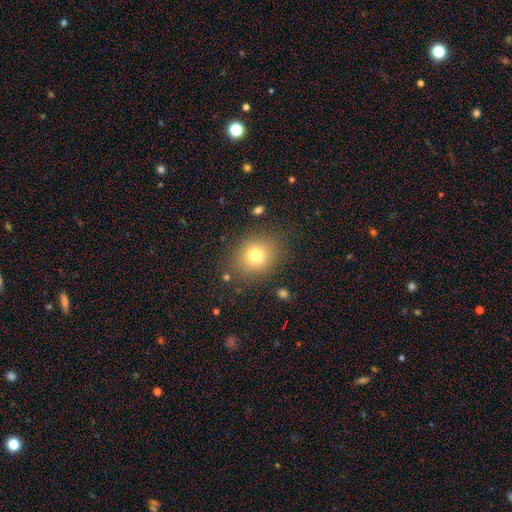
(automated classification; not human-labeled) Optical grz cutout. It shows a smooth galaxy with no disk features (75%) that is round (61%). Merging: none (82%).